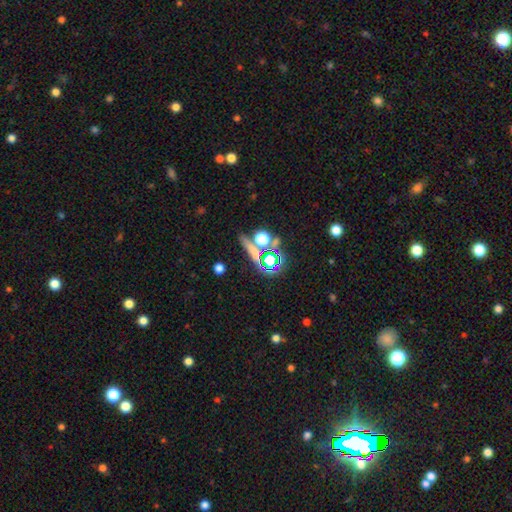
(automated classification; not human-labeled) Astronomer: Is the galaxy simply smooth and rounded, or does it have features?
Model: smooth — 43% (runner-up: star or artifact, 40%).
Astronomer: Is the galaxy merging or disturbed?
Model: none — 70%.